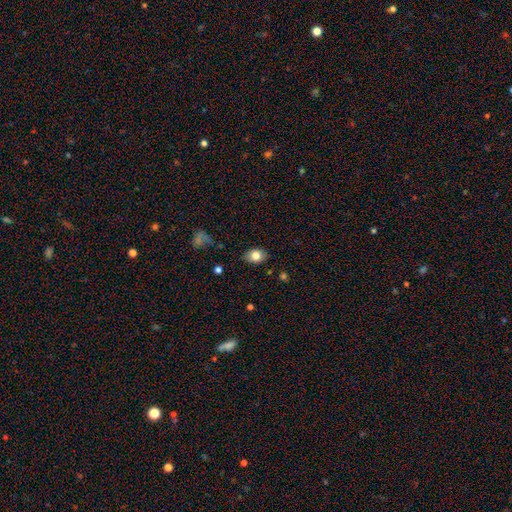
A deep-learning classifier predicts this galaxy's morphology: Smooth or featured? Predicted: smooth (p=0.80). How rounded? Predicted: in between (p=0.67). Merging? Predicted: none (p=0.82).